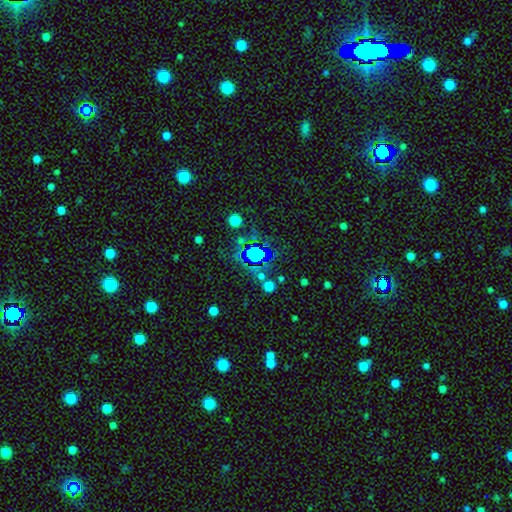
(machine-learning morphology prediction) Smooth or featured? Predicted: star or artifact (p=0.58).